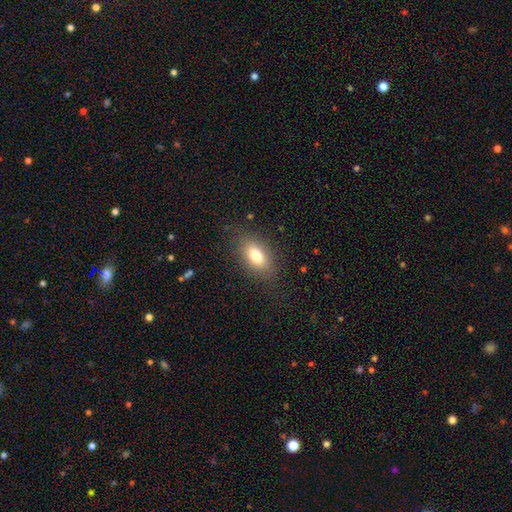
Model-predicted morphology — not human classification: Overall: smooth (76%). How rounded: in between (86%). Merging: none (83%).